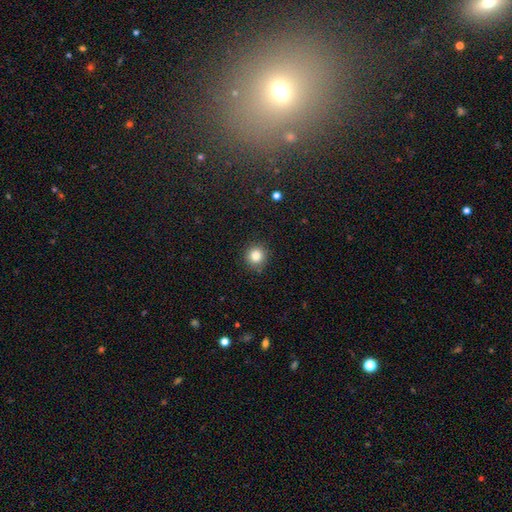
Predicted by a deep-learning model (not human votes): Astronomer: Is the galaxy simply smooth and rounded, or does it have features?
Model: smooth — 84%.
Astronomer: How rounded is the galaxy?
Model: round — 93%.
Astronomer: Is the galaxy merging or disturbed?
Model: none — 91%.